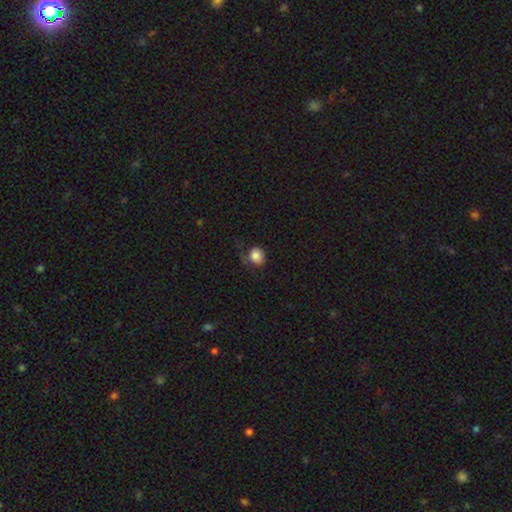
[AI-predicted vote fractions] Overall: smooth (84%). How rounded: round (67%; in between 32%). Merging: none (58%; minor disturbance 25%).